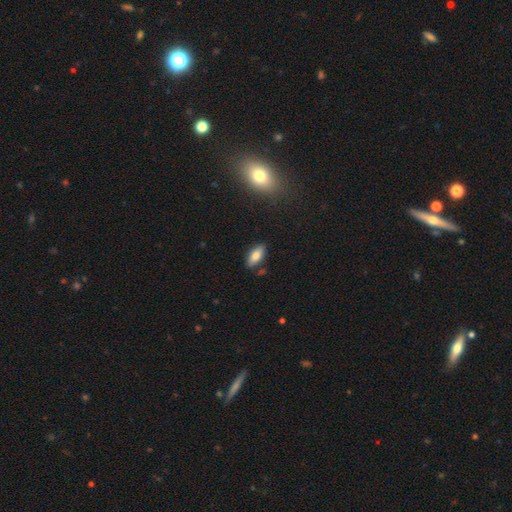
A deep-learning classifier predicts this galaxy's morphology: Smooth or featured? smooth (76%)
How rounded? in between (83%)
Merging? none (84%)